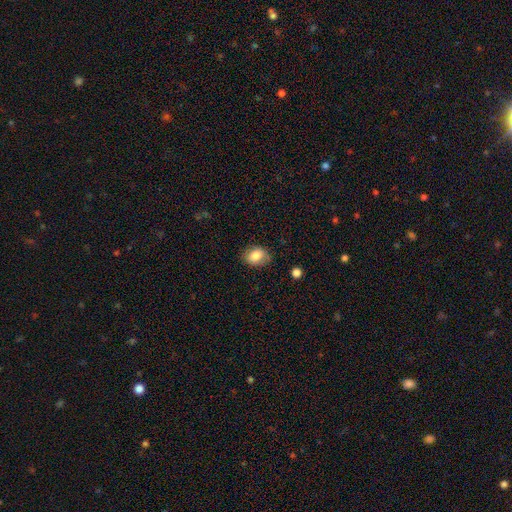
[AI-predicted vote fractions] A smooth galaxy with no disk features (83%) that is in between round and cigar-shaped (69%).

Vote fractions:
- Smooth or featured? smooth: 83% / featured or disk: 9% / star or artifact: 8%
- How rounded? in between: 69% / round: 30% / cigar-shaped: 1%
- Merging? none: 77% / minor disturbance: 18% / major disturbance: 4% / merger: 1%